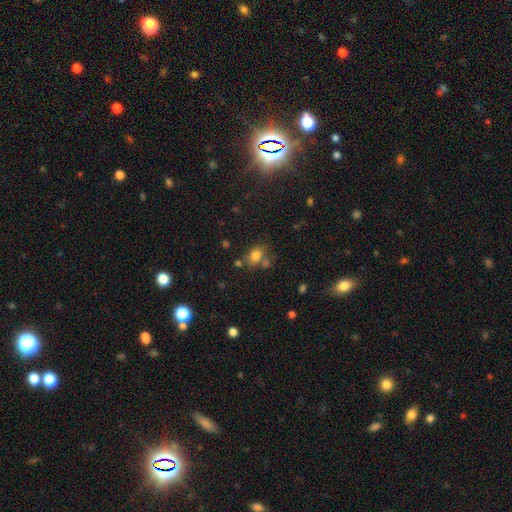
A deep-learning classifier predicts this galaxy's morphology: The model was most divided on "how rounded": in between: 54%, round: 44%, cigar-shaped: 1%. More confident: smooth or featured — smooth (78%); merging — none (60%).